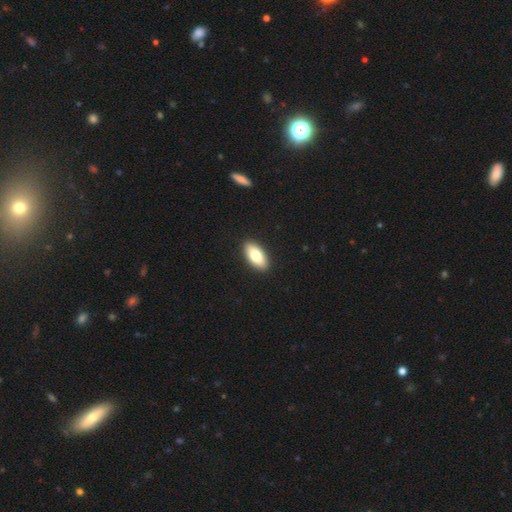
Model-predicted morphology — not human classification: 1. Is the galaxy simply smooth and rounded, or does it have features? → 79% smooth, 14% featured or disk, 6% star or artifact.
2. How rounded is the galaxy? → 92% in between, 6% cigar-shaped, 3% round.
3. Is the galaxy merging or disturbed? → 91% none, 6% minor disturbance, 2% major disturbance, 1% merger.